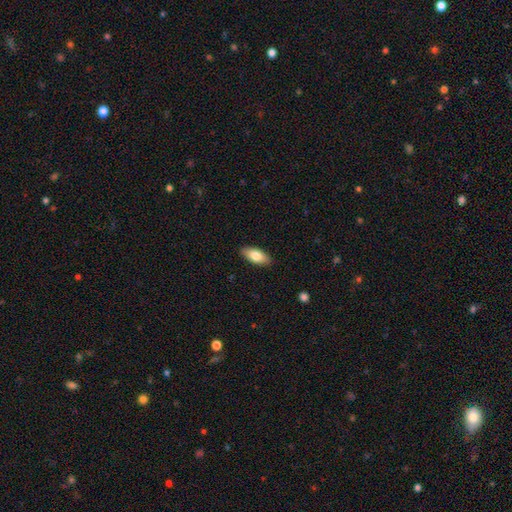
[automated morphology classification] Smooth or featured?
  - smooth: 79% *
  - featured or disk: 15%
  - star or artifact: 6%
How rounded?
  - in between: 86% *
  - cigar-shaped: 11%
  - round: 2%
Merging?
  - none: 89% *
  - minor disturbance: 9%
  - major disturbance: 2%
  - merger: 1%